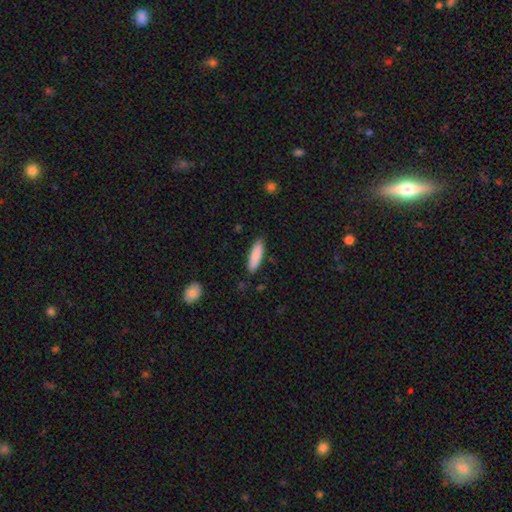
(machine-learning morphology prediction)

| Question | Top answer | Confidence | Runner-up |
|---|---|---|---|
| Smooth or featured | smooth | 87% | featured or disk (7%) |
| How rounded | cigar-shaped | 61% | in between (37%) |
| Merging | none | 86% | minor disturbance (11%) |